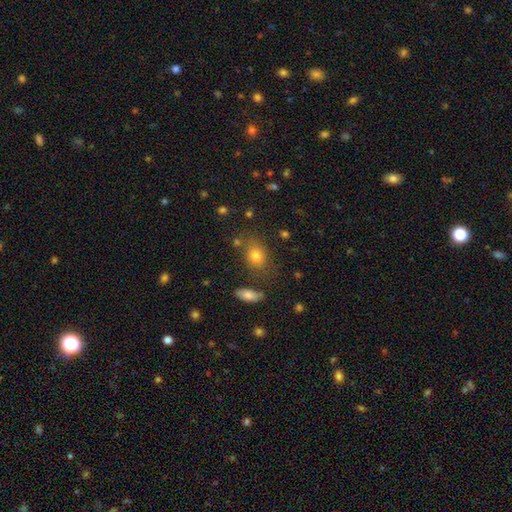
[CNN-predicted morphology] A smooth galaxy with no disk features (74%) that is in between round and cigar-shaped (63%). Merging: none (74%).